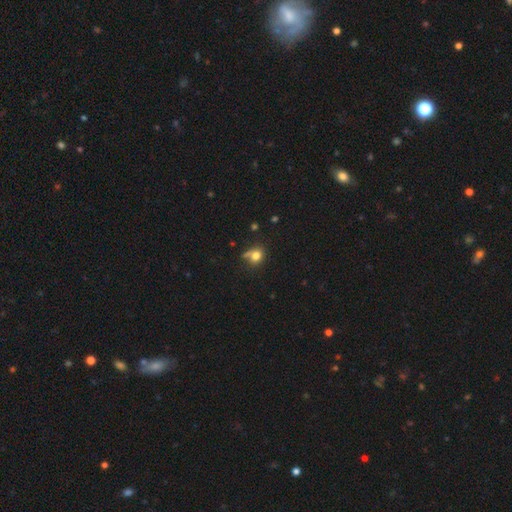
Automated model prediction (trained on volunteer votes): smooth-or-featured: smooth: 78% | star or artifact: 13% | featured or disk: 10%
  how-rounded: round: 65% | in between: 34% | cigar-shaped: 1%
  merging: none: 52% | minor disturbance: 23% | merger: 14% | major disturbance: 11%